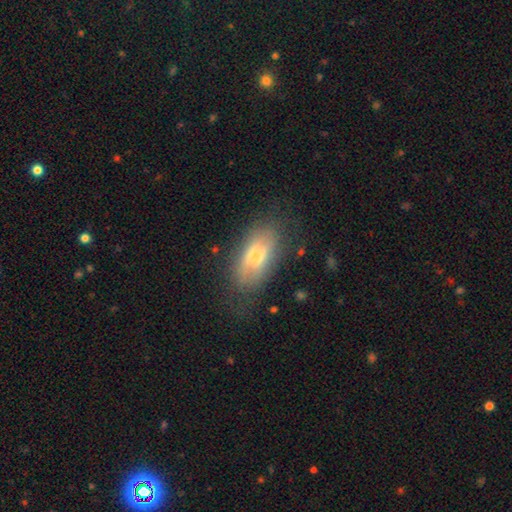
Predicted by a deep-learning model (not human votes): Smooth or featured: smooth — 53% (featured or disk — 39%)
How rounded: in between — 81% (cigar-shaped — 15%)
Merging: none — 60% (minor disturbance — 24%)